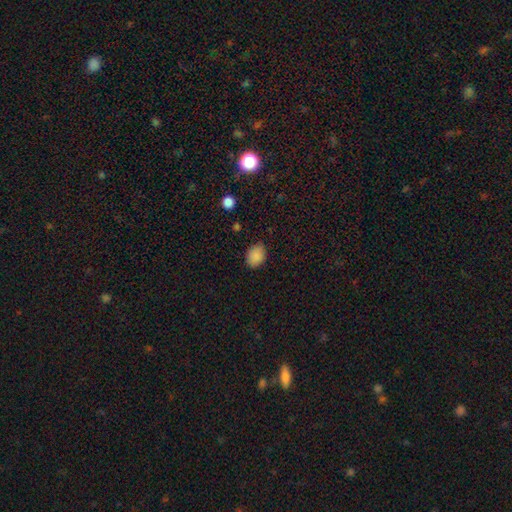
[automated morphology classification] A smooth galaxy with no disk features (87%) that is in between round and cigar-shaped (67%). Merging: none (82%).